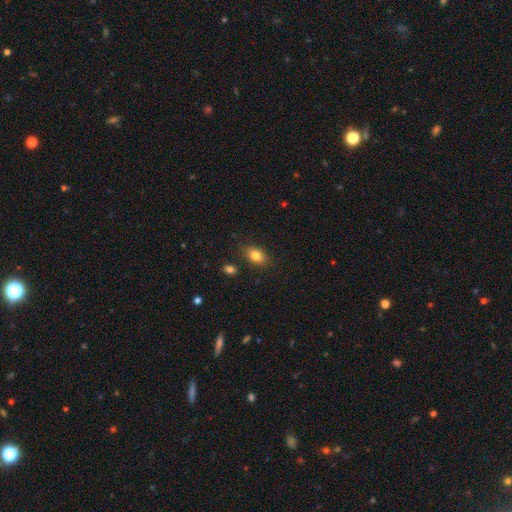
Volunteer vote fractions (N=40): Volunteers were most divided on "smooth or featured": smooth: 68%, featured or disk: 20%, star or artifact: 12%. More confident: how rounded — in between (81%); merging — none (71%).